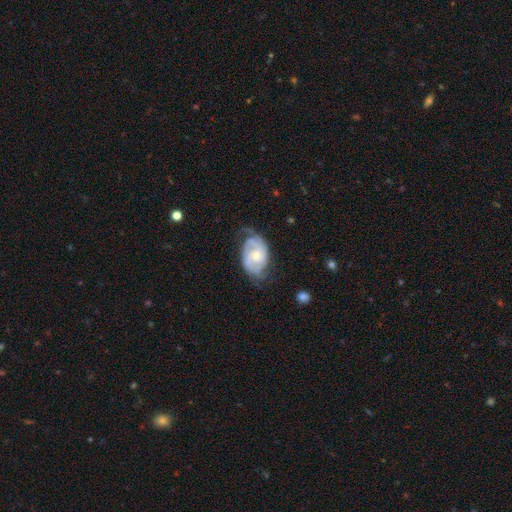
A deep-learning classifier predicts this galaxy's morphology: featured or disk 79%, smooth 16%, star or artifact 5%. Down the decision tree: edge-on disk — no (97%); bar — no (67%); spiral arms — yes (92%); spiral arm count — 2 (62%); spiral winding — tight (47%); bulge size — moderate (50%); merging — none (56%).